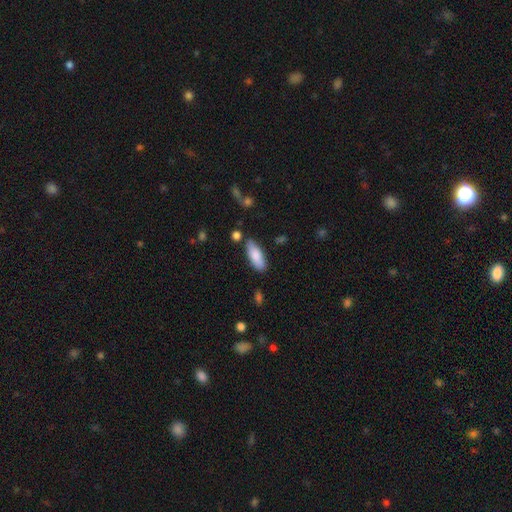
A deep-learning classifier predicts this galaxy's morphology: smooth 84%, featured or disk 10%, star or artifact 6%. Down the decision tree: how rounded — in between (74%); merging — none (81%).